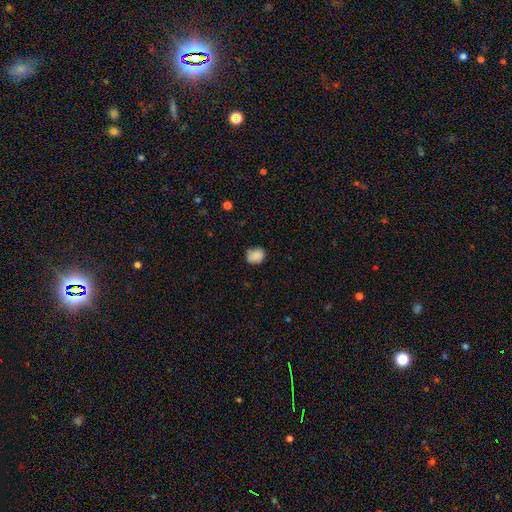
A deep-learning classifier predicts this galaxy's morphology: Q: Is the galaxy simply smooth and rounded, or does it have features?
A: smooth — 86%.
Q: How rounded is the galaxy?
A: in between — 51%.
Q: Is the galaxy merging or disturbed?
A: none — 67%.